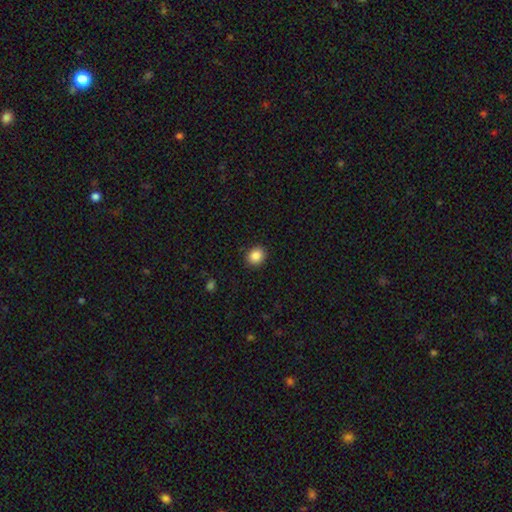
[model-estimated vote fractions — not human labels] Smooth or featured: smooth — 87% (star or artifact — 9%)
How rounded: round — 73% (in between — 26%)
Merging: none — 90% (minor disturbance — 7%)